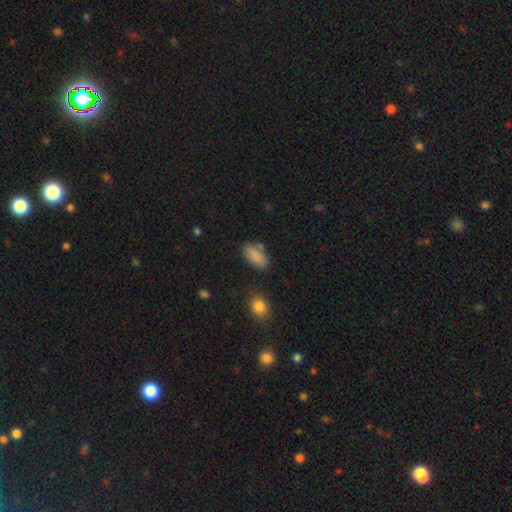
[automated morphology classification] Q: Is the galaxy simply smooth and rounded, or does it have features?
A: smooth — 87%.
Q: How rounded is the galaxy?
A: in between — 91%.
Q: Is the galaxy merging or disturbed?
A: none — 72%.